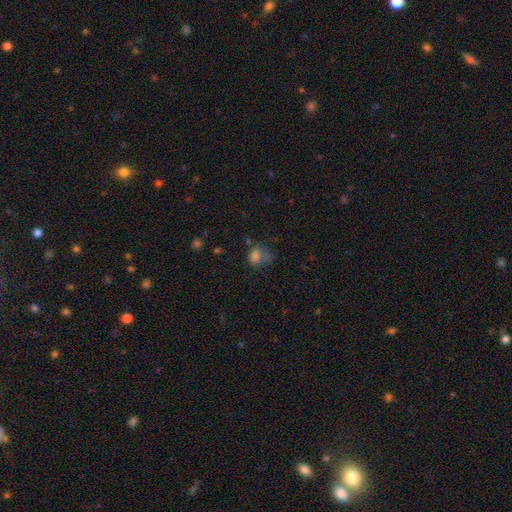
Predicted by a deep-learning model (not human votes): Smooth or featured? smooth (72%)
How rounded? in between (56%)
Merging? none (34%)